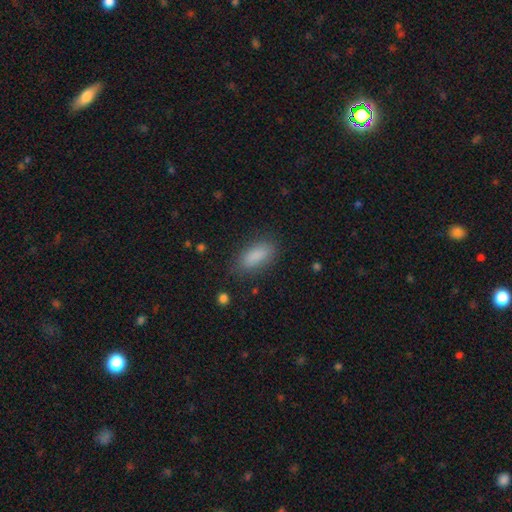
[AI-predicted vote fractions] Smooth or featured: smooth — 86% (star or artifact — 7%)
How rounded: in between — 79% (cigar-shaped — 18%)
Merging: none — 82% (minor disturbance — 13%)